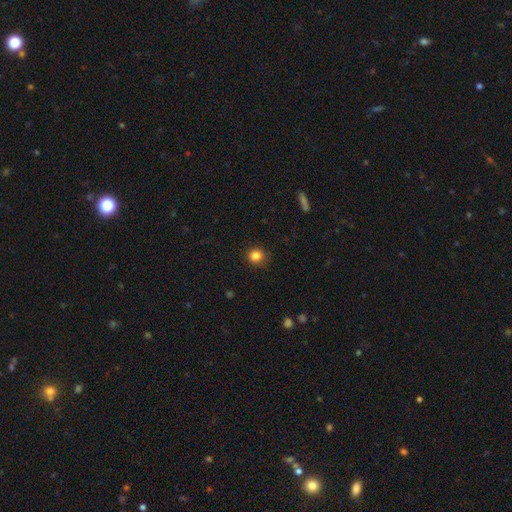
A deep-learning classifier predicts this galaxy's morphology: type=smooth (84%); roundness=round (88%); merging=none (86%).